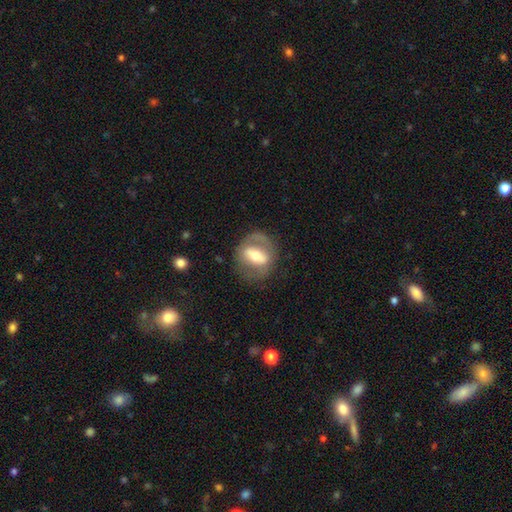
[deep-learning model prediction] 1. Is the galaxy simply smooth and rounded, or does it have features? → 57% featured or disk, 36% smooth, 7% star or artifact.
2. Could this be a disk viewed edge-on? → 87% no, 13% yes.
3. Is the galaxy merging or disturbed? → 67% none, 18% minor disturbance, 13% major disturbance, 2% merger.